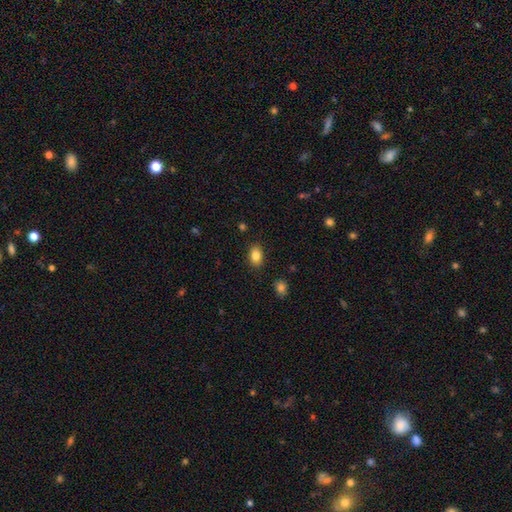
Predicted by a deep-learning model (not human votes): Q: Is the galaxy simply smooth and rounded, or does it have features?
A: smooth — 84%.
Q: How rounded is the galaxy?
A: in between — 84%.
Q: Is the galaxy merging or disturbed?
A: none — 87%.